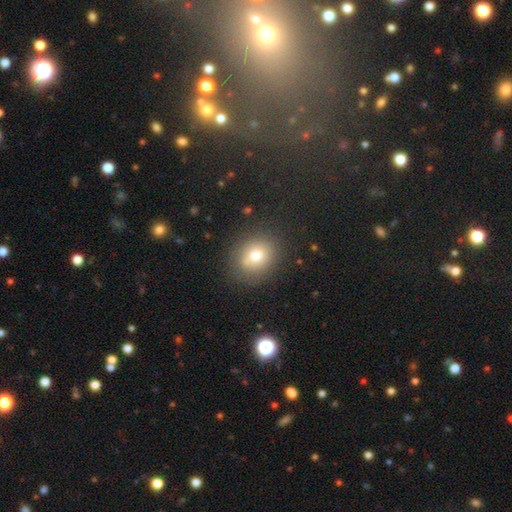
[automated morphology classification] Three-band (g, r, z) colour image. It shows a smooth galaxy with no disk features (74%) that is round (59%). Merging: none (77%).